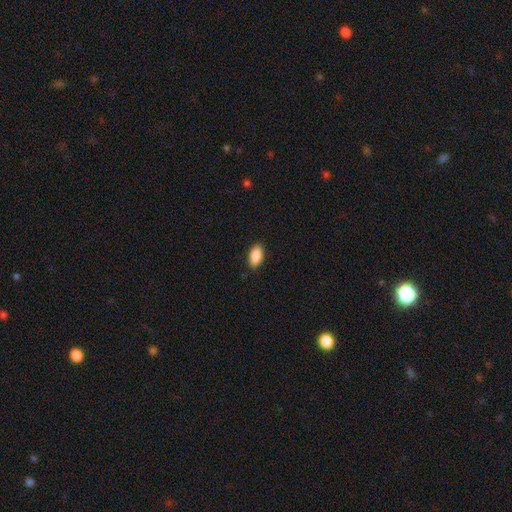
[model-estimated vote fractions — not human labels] Q: Smooth or featured?
A: smooth (89%); runner-up: star or artifact (7%)
Q: How rounded?
A: in between (93%); runner-up: round (3%)
Q: Merging?
A: none (87%); runner-up: minor disturbance (10%)